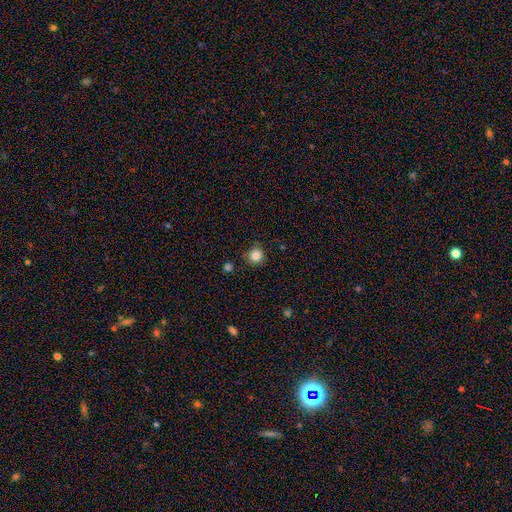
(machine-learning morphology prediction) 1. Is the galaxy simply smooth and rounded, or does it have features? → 85% smooth, 11% star or artifact, 4% featured or disk.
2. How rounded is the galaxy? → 93% round, 6% in between, 1% cigar-shaped.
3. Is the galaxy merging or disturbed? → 83% none, 11% minor disturbance, 3% major disturbance, 3% merger.